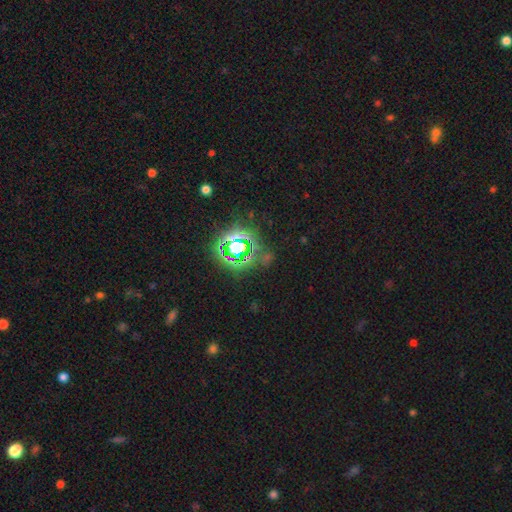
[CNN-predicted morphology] Q: Smooth or featured?
A: star or artifact (82%); runner-up: smooth (12%)